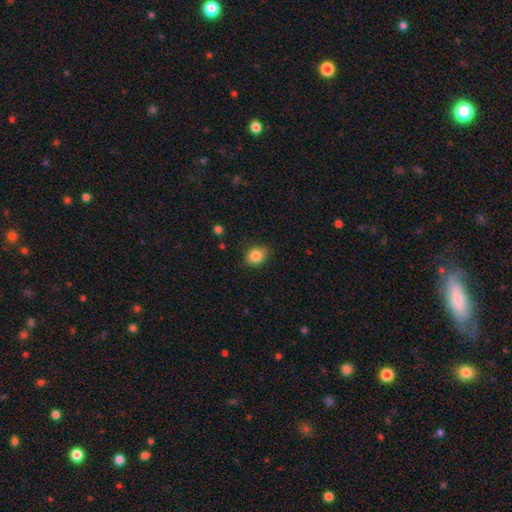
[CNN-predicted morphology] type=smooth (85%); roundness=in between (55%); merging=none (84%).